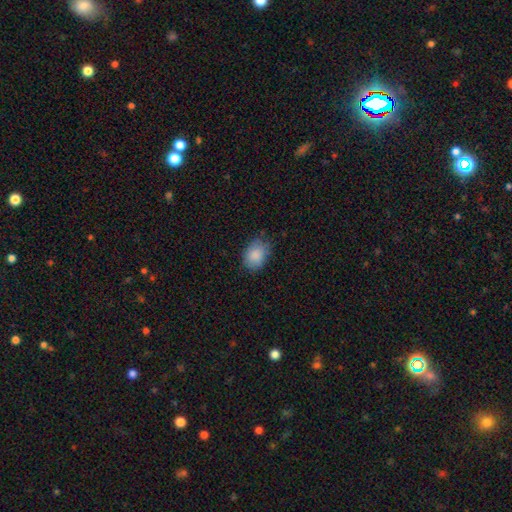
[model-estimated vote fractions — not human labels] A smooth galaxy with no disk features (87%) that is in between round and cigar-shaped (72%). Merging: none (72%).